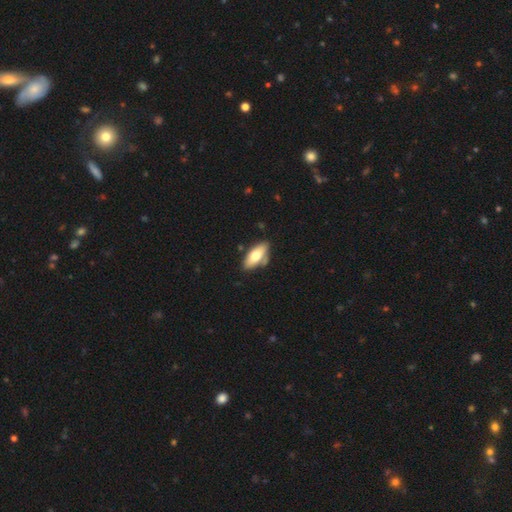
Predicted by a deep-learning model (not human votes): Smooth or featured: smooth — 73% (featured or disk — 22%)
How rounded: in between — 84% (cigar-shaped — 14%)
Merging: none — 74% (minor disturbance — 15%)